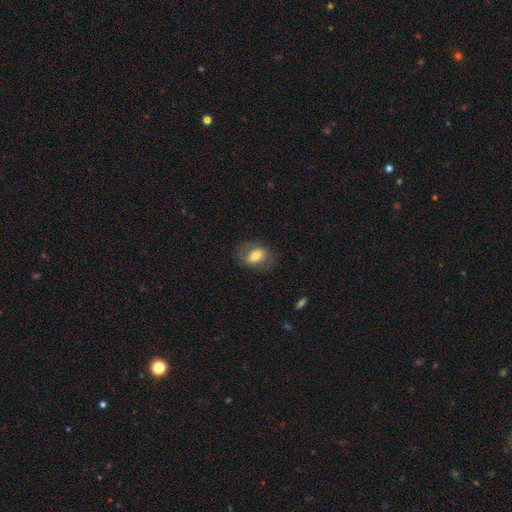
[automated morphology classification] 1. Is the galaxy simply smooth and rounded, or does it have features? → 63% smooth, 29% featured or disk, 8% star or artifact.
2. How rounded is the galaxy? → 73% in between, 25% round, 2% cigar-shaped.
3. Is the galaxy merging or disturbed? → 72% none, 17% minor disturbance, 10% major disturbance, 1% merger.